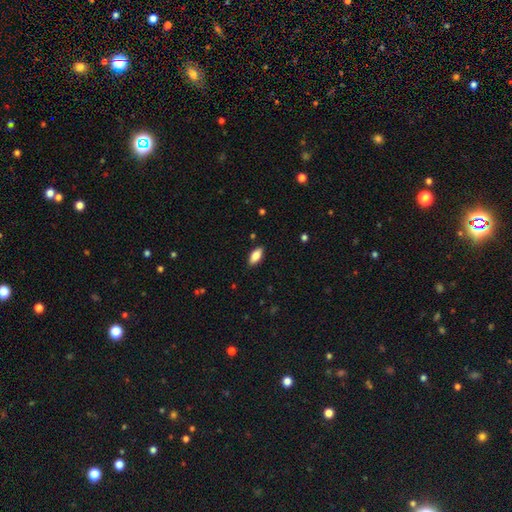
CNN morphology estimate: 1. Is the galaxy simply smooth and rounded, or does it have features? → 82% smooth, 11% featured or disk, 7% star or artifact.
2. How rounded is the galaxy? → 87% in between, 11% cigar-shaped, 2% round.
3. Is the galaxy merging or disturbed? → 88% none, 9% minor disturbance, 2% major disturbance, 1% merger.